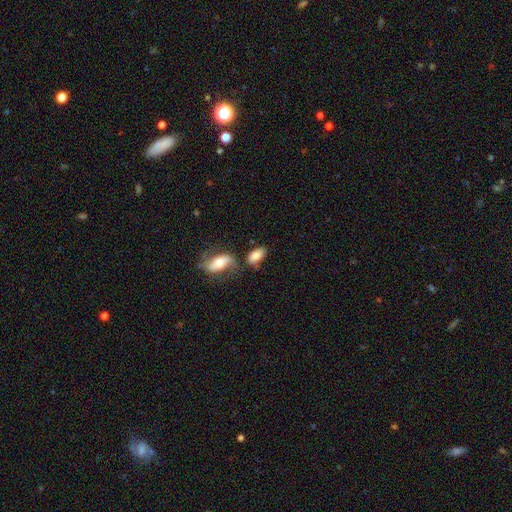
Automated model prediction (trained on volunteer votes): Overall: smooth (79%). How rounded: in between (90%). Merging: none (59%; merger 19%).